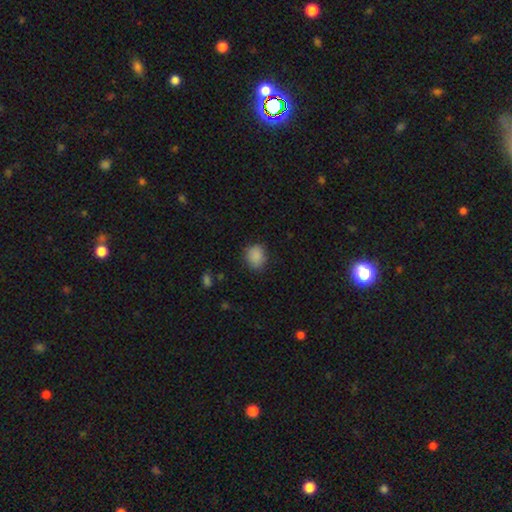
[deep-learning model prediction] Q: Smooth or featured?
A: smooth (87%); runner-up: star or artifact (9%)
Q: How rounded?
A: round (64%); runner-up: in between (35%)
Q: Merging?
A: none (79%); runner-up: minor disturbance (16%)